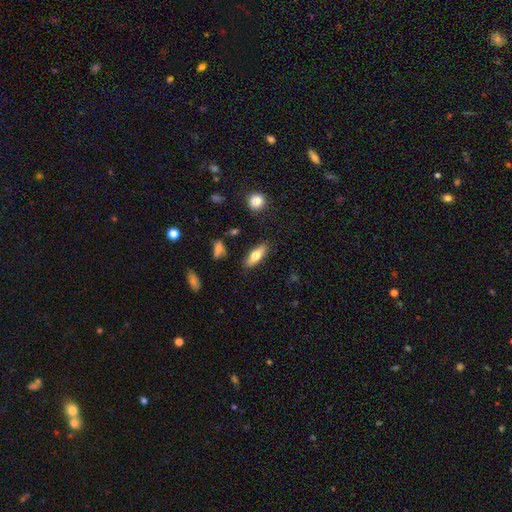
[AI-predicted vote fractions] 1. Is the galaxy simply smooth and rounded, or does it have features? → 64% smooth, 29% featured or disk, 7% star or artifact.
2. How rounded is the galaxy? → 62% in between, 35% cigar-shaped, 3% round.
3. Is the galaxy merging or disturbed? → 85% none, 11% minor disturbance, 2% major disturbance, 2% merger.